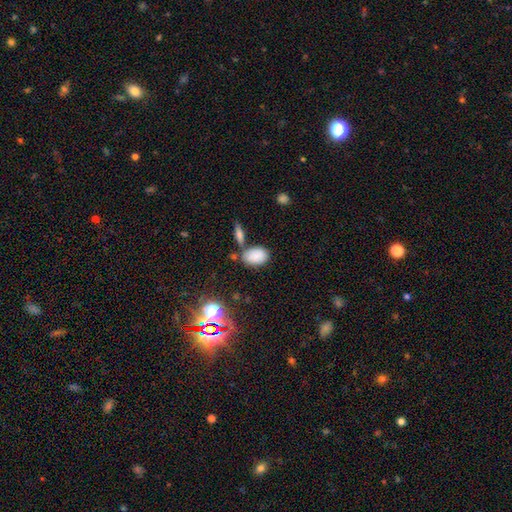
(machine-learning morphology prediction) Smooth or featured? Predicted: smooth (p=0.84). How rounded? Predicted: in between (p=0.88). Merging? Predicted: none (p=0.61).